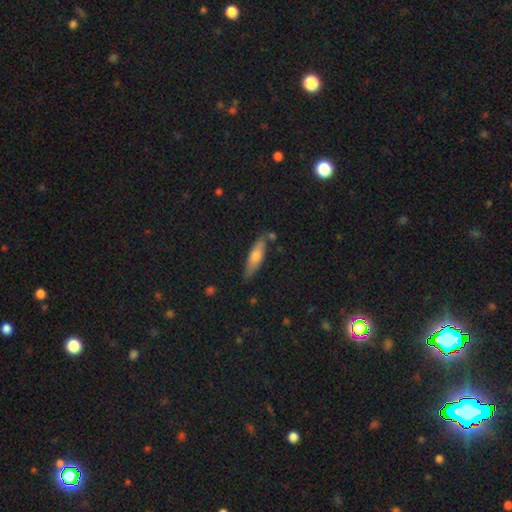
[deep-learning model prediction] smooth_or_featured: smooth (p=0.61) [alt: featured or disk p=0.32]
how_rounded: cigar-shaped (p=0.60) [alt: in between p=0.38]
merging: none (p=0.76) [alt: minor disturbance p=0.16]